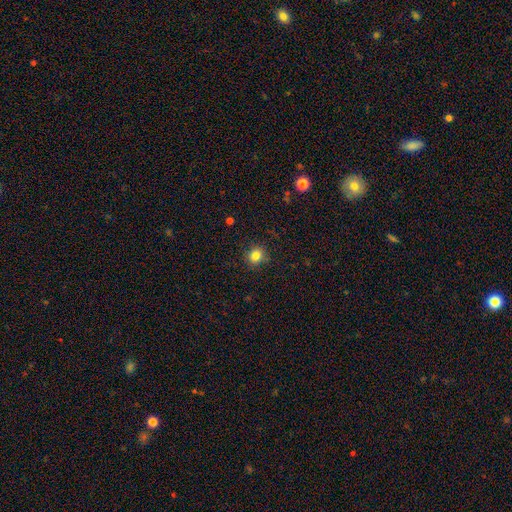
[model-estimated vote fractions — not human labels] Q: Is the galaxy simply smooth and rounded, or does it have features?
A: smooth — 83%.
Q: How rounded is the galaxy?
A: round — 86%.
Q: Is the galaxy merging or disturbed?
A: none — 89%.